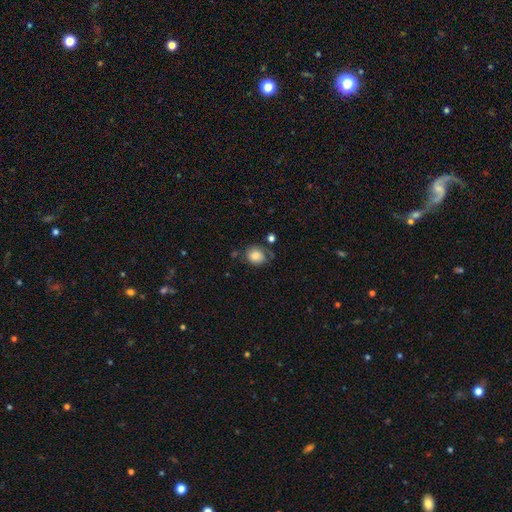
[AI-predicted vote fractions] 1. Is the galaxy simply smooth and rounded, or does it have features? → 77% smooth, 14% featured or disk, 9% star or artifact.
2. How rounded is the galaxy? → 64% round, 35% in between, 1% cigar-shaped.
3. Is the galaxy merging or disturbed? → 55% none, 26% minor disturbance, 12% major disturbance, 7% merger.